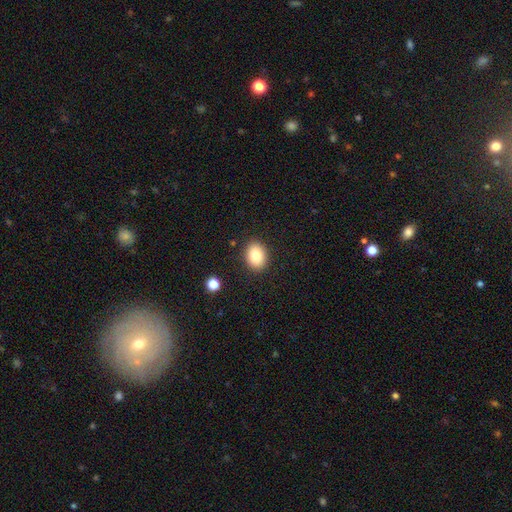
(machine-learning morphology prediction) Smooth or featured: smooth — 84% (star or artifact — 9%)
How rounded: in between — 65% (round — 34%)
Merging: none — 88% (minor disturbance — 8%)